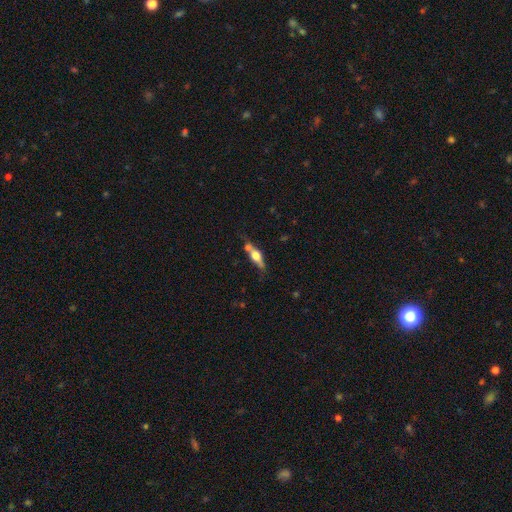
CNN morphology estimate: A featured or disk galaxy (47%).

Vote fractions:
- Smooth or featured? featured or disk: 47% / smooth: 45% / star or artifact: 8%
- Merging? none: 47% / merger: 26% / minor disturbance: 19% / major disturbance: 8%